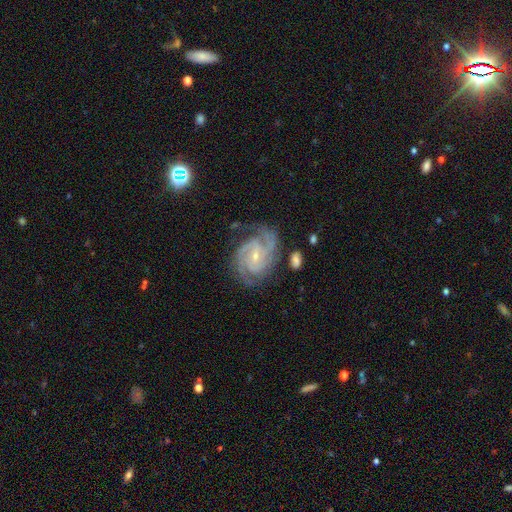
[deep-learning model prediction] A featured or disk galaxy (92%) with a weak bar (42%, tied with no), 3 (41%) tight (60%) spiral arms (99%) and a small central bulge (75%).

Vote fractions:
- Smooth or featured? featured or disk: 92% / star or artifact: 5% / smooth: 4%
- Edge-on disk? no: 98% / yes: 2%
- Bar? weak: 42% (tied) / no: 42% (tied) / strong: 17%
- Spiral arms? yes: 99% / no: 1%
- Spiral winding? tight: 60% / medium: 36% / loose: 4%
- Spiral arm count? 3: 41% / 2: 28% / 4: 14% / can't tell: 8% / more than 4: 5% / 1: 5%
- Bulge size? small: 75% / moderate: 21% / none: 2% / large: 1% / dominant: 1%
- Merging? none: 73% / minor disturbance: 18% / major disturbance: 6% / merger: 3%